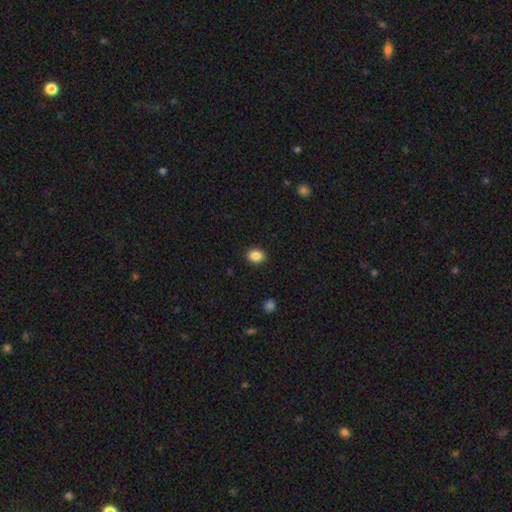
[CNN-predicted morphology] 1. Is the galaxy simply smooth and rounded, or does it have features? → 87% smooth, 9% star or artifact, 4% featured or disk.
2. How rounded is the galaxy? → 58% in between, 41% round, 1% cigar-shaped.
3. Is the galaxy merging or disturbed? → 90% none, 7% minor disturbance, 2% major disturbance, 1% merger.